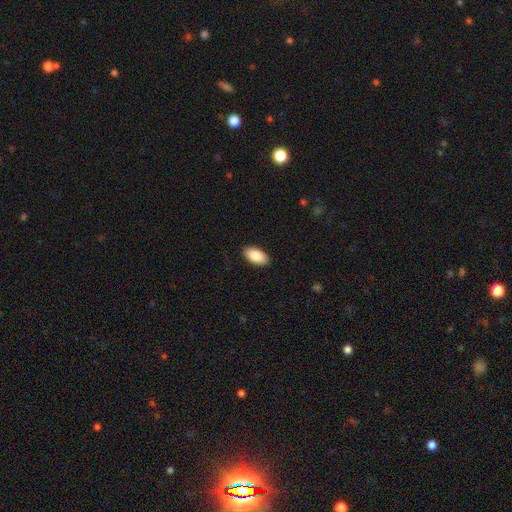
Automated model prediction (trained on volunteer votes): This is clearly a smooth galaxy (86%). How rounded: clearly in between (95%). Merging: clearly none (89%).